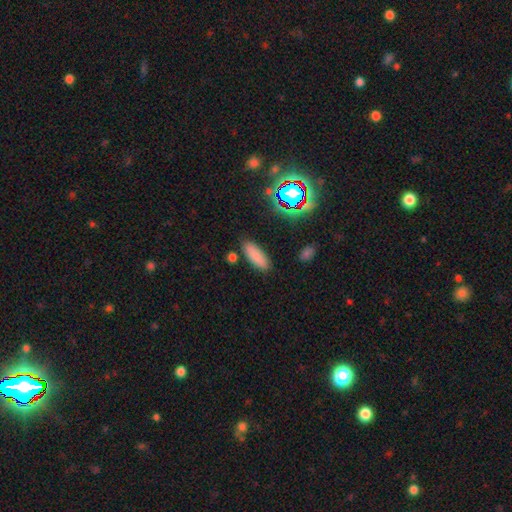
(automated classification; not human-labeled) Q: Smooth or featured?
A: smooth (81%); runner-up: star or artifact (11%)
Q: How rounded?
A: in between (68%); runner-up: cigar-shaped (30%)
Q: Merging?
A: none (84%); runner-up: minor disturbance (10%)